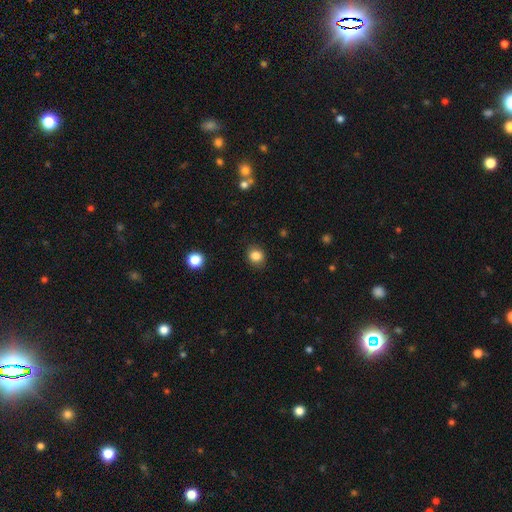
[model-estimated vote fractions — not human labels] Smooth or featured? smooth (86%)
How rounded? round (74%)
Merging? none (87%)